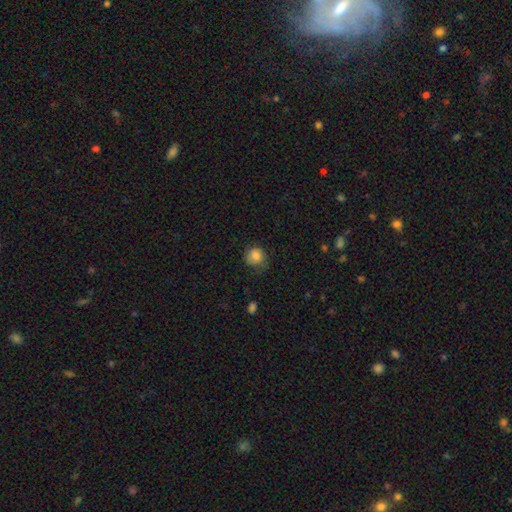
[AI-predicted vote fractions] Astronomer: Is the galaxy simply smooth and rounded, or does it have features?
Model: smooth — 81%.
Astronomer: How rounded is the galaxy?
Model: round — 83%.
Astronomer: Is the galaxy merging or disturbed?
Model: none — 65%.